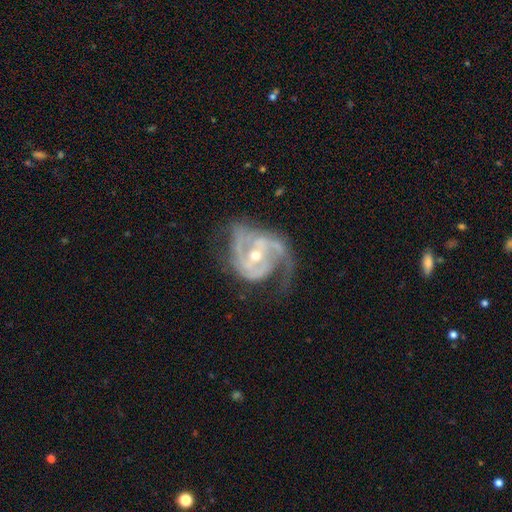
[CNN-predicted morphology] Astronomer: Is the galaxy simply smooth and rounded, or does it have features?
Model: featured or disk — 90%.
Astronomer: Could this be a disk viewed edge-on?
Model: no — 98%.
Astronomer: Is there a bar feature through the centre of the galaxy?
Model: no — 40% (runner-up: weak, 37%).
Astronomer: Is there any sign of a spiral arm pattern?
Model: yes — 97%.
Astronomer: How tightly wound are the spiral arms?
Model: medium — 49% (runner-up: tight, 36%).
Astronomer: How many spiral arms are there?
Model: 2 — 43% (runner-up: 3, 32%).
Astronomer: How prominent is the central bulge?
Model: small — 50% (runner-up: moderate, 47%).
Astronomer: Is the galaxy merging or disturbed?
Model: none — 51%.